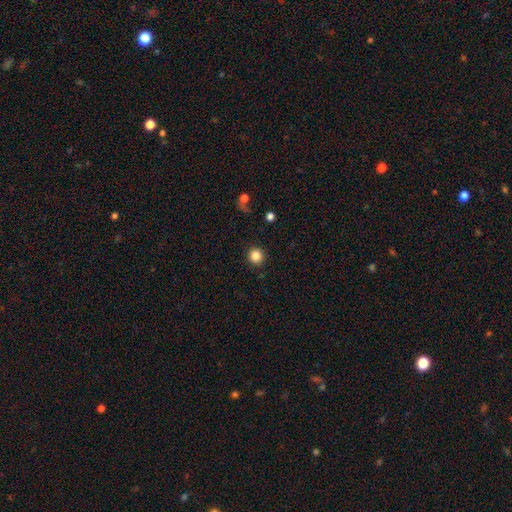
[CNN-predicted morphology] smooth-or-featured: smooth: 85% | star or artifact: 11% | featured or disk: 4%
  how-rounded: round: 95% | in between: 4% | cigar-shaped: 1%
  merging: none: 92% | minor disturbance: 5% | major disturbance: 2% | merger: 1%